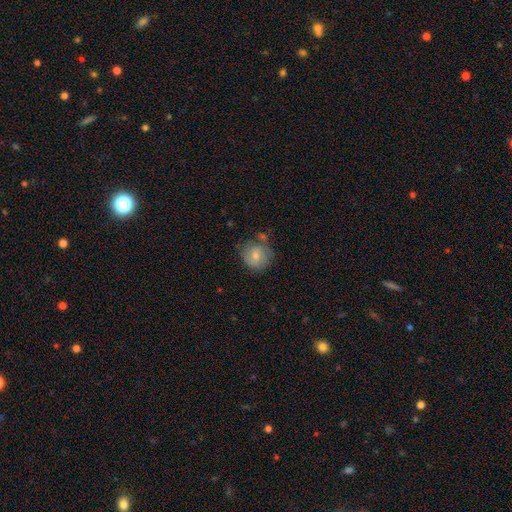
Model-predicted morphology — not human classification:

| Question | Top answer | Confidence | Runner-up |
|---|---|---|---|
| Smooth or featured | smooth | 65% | featured or disk (28%) |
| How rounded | round | 82% | in between (17%) |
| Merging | none | 58% | minor disturbance (24%) |